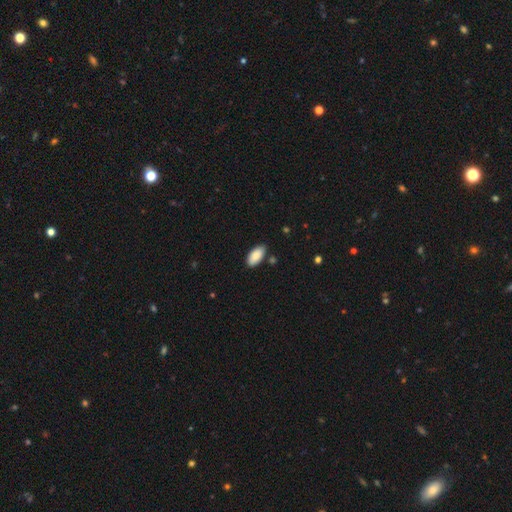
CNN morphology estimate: smooth-or-featured: smooth: 87% | featured or disk: 6% | star or artifact: 6%
  how-rounded: in between: 94% | cigar-shaped: 4% | round: 2%
  merging: none: 82% | minor disturbance: 13% | merger: 3% | major disturbance: 2%